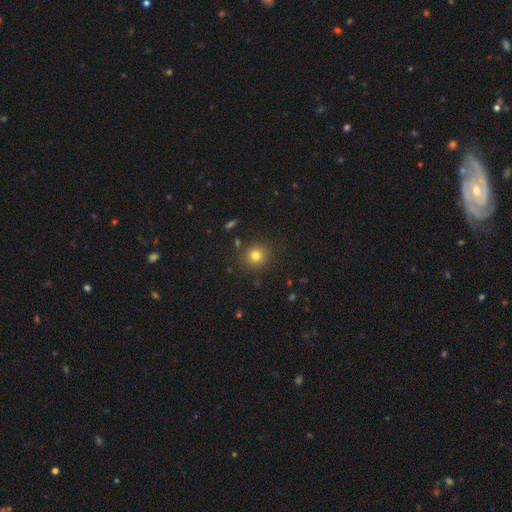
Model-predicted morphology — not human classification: smooth-or-featured: smooth: 78% | star or artifact: 15% | featured or disk: 8%
  how-rounded: round: 89% | in between: 10% | cigar-shaped: 1%
  merging: none: 88% | minor disturbance: 7% | major disturbance: 3% | merger: 2%